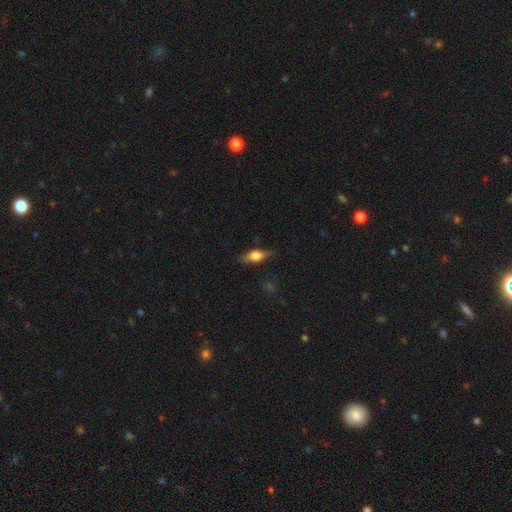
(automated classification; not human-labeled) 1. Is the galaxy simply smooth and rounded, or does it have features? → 60% smooth, 32% featured or disk, 8% star or artifact.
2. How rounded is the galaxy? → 69% in between, 25% cigar-shaped, 6% round.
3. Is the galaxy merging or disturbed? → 75% none, 19% minor disturbance, 5% major disturbance, 1% merger.